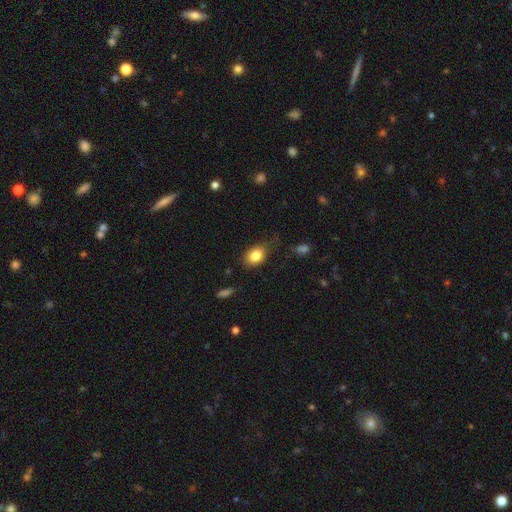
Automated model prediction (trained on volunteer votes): Overall: smooth (82%). How rounded: in between (72%). Merging: none (65%; minor disturbance 25%).